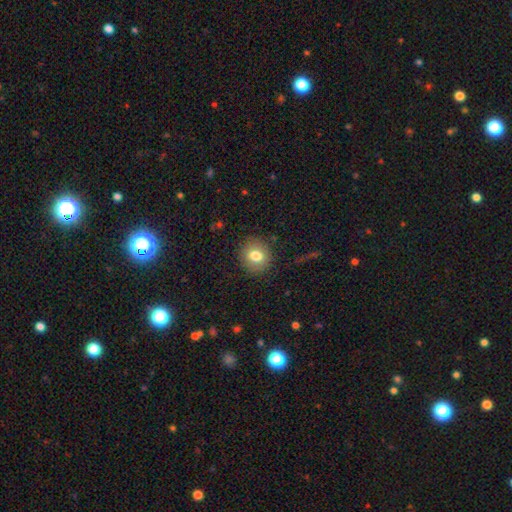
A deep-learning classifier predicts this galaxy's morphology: Overall: smooth (78%). How rounded: round (84%). Merging: none (88%).